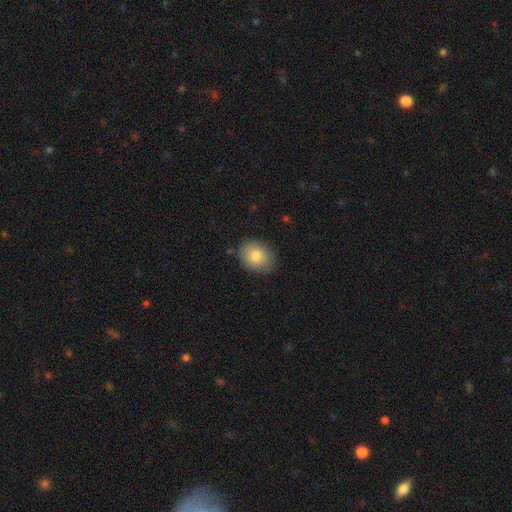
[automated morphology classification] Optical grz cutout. It shows a smooth galaxy with no disk features (81%) that is in between round and cigar-shaped (52%). Merging: none (77%).